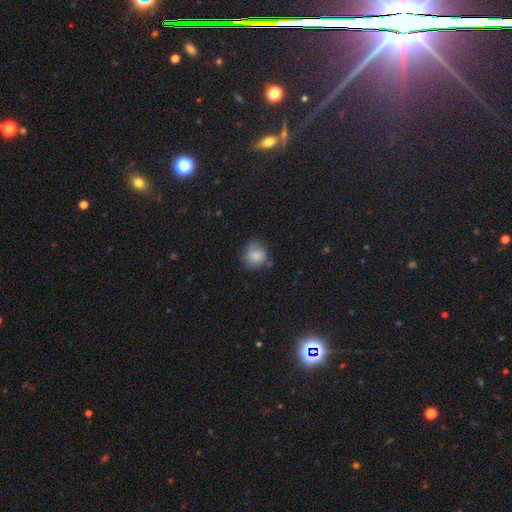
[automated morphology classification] A smooth galaxy with no disk features (77%) that is round (75%). Merging: none (58%).